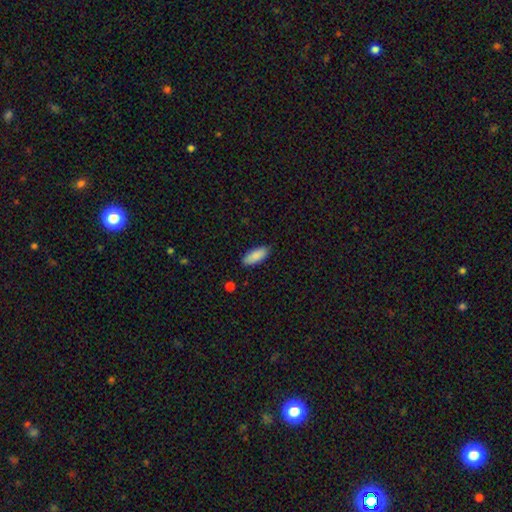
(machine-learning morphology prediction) Smooth or featured? Predicted: smooth (p=0.89). How rounded? Predicted: in between (p=0.79). Merging? Predicted: none (p=0.84).